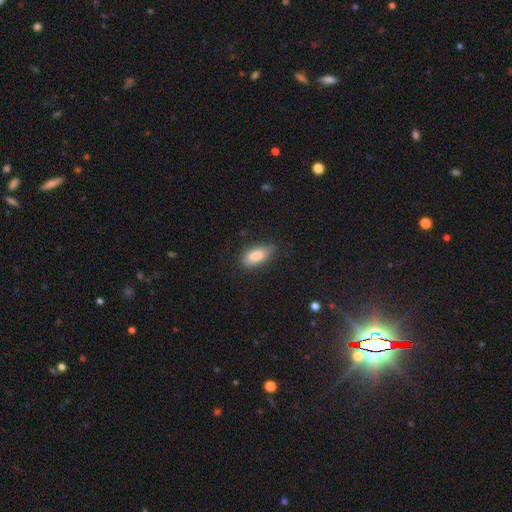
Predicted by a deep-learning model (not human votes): Overall: smooth (84%). How rounded: in between (87%). Merging: none (74%).